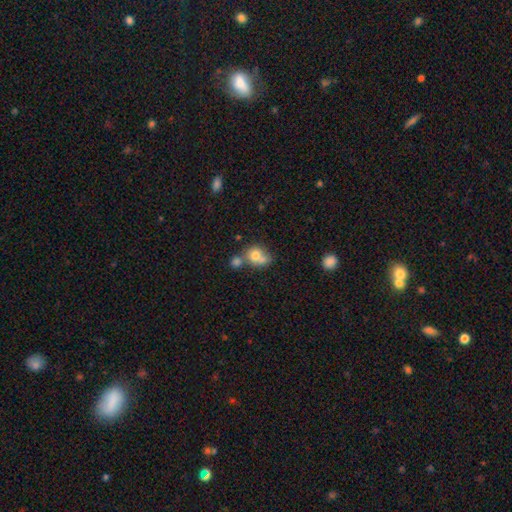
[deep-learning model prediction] Overall: smooth (73%). How rounded: round (68%; in between 31%). Merging: merger (53%; none 31%).